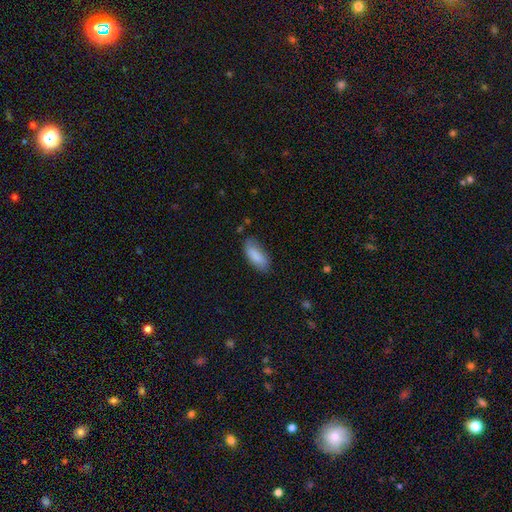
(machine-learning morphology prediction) A smooth galaxy with no disk features (86%) that is in between round and cigar-shaped (81%). Merging: none (72%).